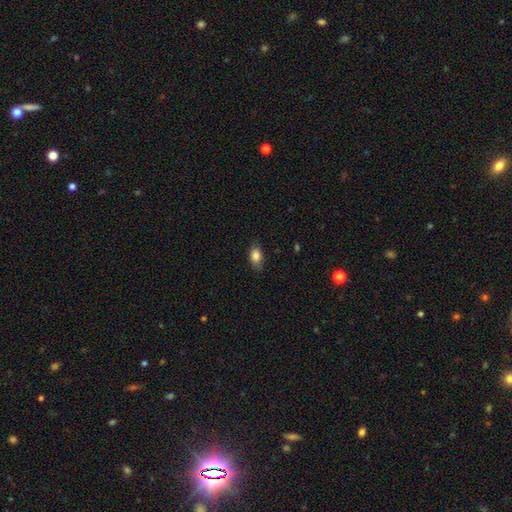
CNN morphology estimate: A smooth galaxy with no disk features (84%) that is in between round and cigar-shaped (88%). Merging: none (81%).